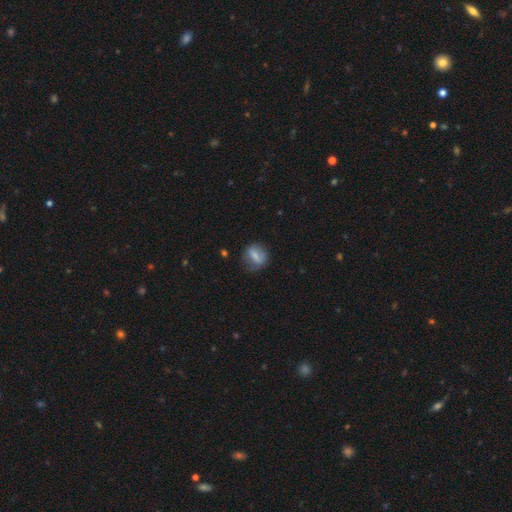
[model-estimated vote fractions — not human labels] Morphology: type=smooth (62%); roundness=round (48%); merging=none (65%).